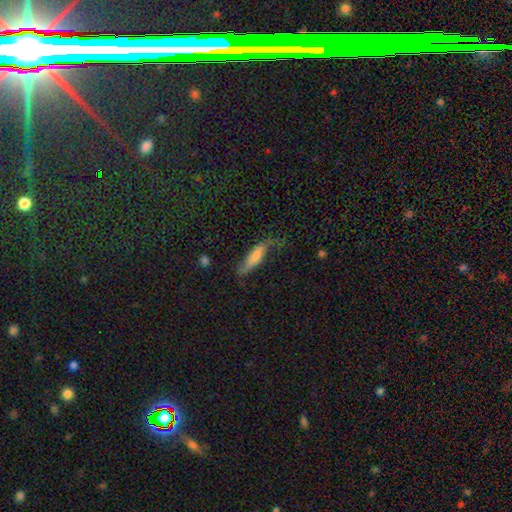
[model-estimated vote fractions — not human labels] Morphology: type=smooth (57%); roundness=cigar-shaped (65%); merging=none (47%).